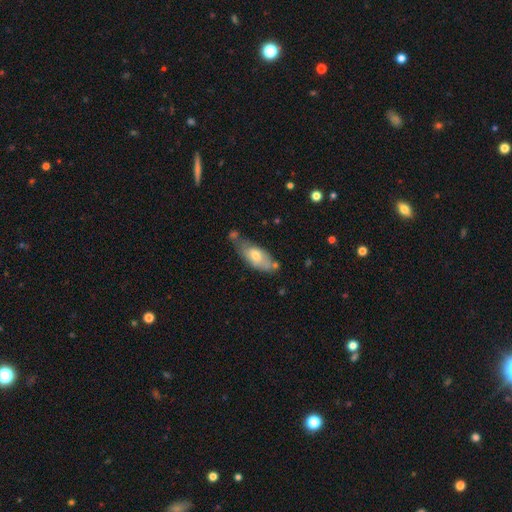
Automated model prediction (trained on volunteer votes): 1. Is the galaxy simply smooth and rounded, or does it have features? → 63% smooth, 31% featured or disk, 6% star or artifact.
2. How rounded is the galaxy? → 83% in between, 14% cigar-shaped, 3% round.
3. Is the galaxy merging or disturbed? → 45% none, 30% minor disturbance, 16% merger, 9% major disturbance.